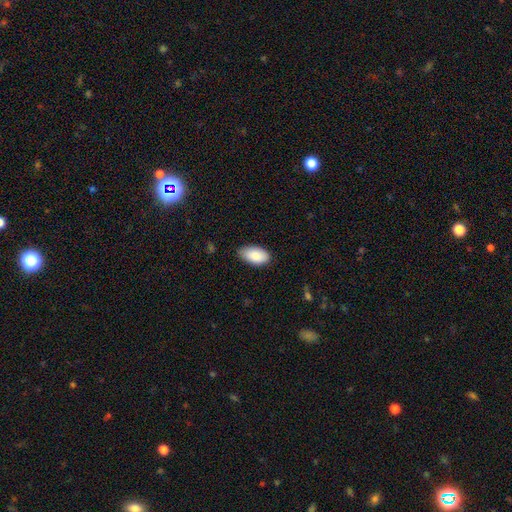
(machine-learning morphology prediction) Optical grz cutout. It shows a smooth galaxy with no disk features (86%) that is in between round and cigar-shaped (95%). Merging: none (78%).